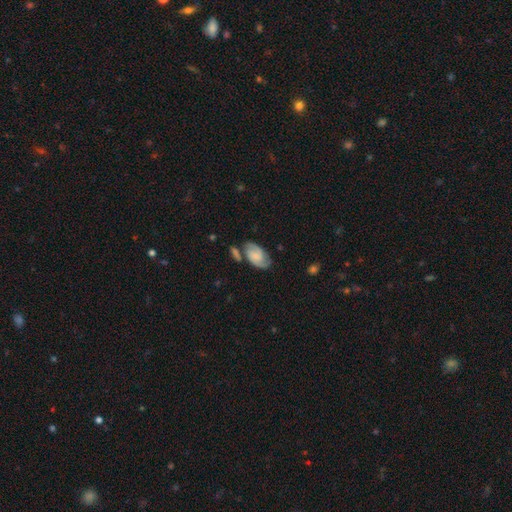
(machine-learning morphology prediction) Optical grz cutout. It shows a featured or disk galaxy (70%) with no bar (60%), 2 (83%) medium (45%) spiral arms (94%) and a small central bulge (41%). Merging: none (62%).